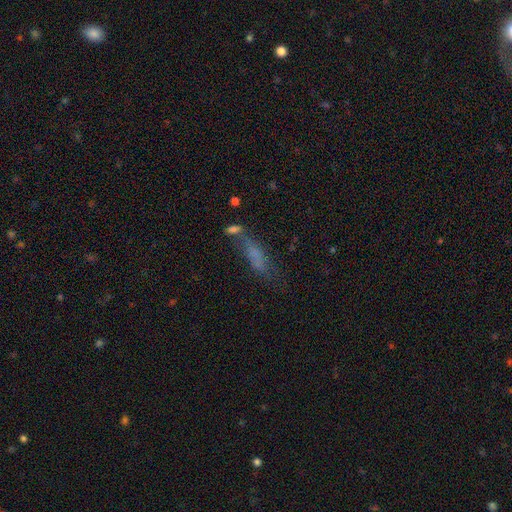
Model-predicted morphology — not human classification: The model was most divided on "how rounded": cigar-shaped: 51%, in between: 46%, round: 4%. Remaining: smooth or featured — smooth (58%); merging — none (35%).